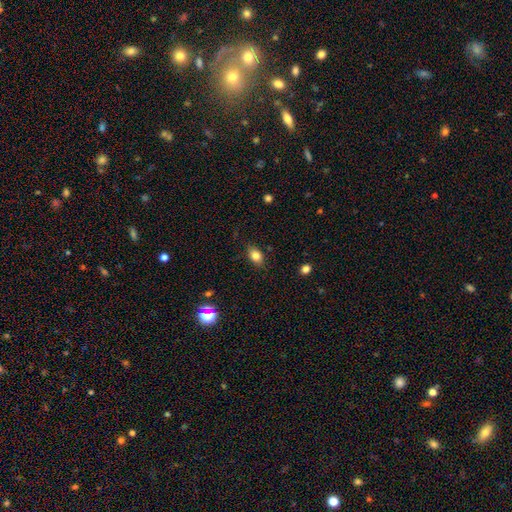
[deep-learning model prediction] Overall: smooth (80%). How rounded: in between (80%). Merging: none (84%).